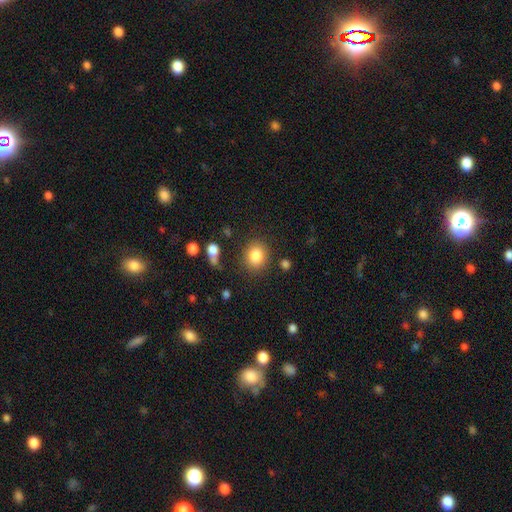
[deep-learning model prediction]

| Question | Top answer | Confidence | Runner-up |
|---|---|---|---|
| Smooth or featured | smooth | 84% | star or artifact (9%) |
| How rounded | round | 74% | in between (25%) |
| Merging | none | 82% | minor disturbance (10%) |